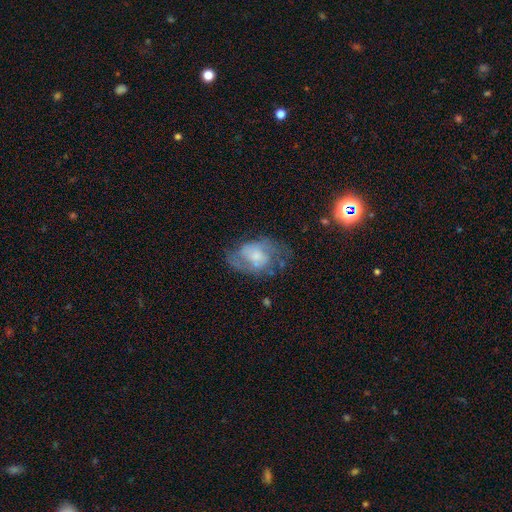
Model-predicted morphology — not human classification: A featured or disk galaxy (60%) with no bar (66%), spiral arms (68%) and a small central bulge (37%).

Vote fractions:
- Smooth or featured? featured or disk: 60% / smooth: 32% / star or artifact: 8%
- Edge-on disk? no: 96% / yes: 4%
- Bar? no: 66% / weak: 29% / strong: 6%
- Spiral arms? yes: 68% / no: 32%
- Bulge size? small: 37% / moderate: 36% / large: 13% / none: 12% / dominant: 2%
- Merging? none: 50% / minor disturbance: 25% / major disturbance: 22% / merger: 3%